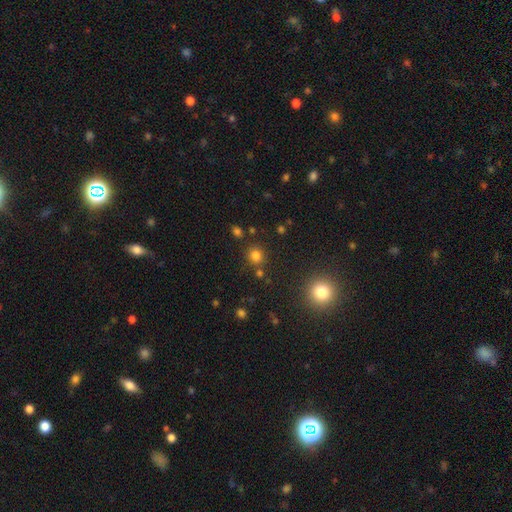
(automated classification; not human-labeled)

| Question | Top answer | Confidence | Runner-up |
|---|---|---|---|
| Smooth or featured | smooth | 78% | star or artifact (17%) |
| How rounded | round | 86% | in between (13%) |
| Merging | none | 81% | minor disturbance (8%) |